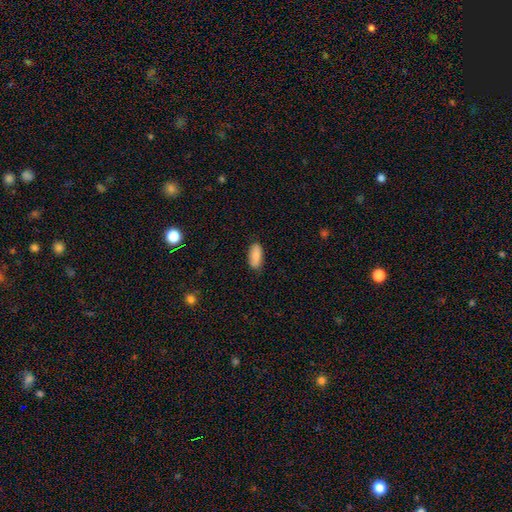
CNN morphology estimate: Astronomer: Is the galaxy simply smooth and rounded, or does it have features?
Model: smooth — 85%.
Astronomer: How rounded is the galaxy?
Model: in between — 87%.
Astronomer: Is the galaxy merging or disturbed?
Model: none — 85%.